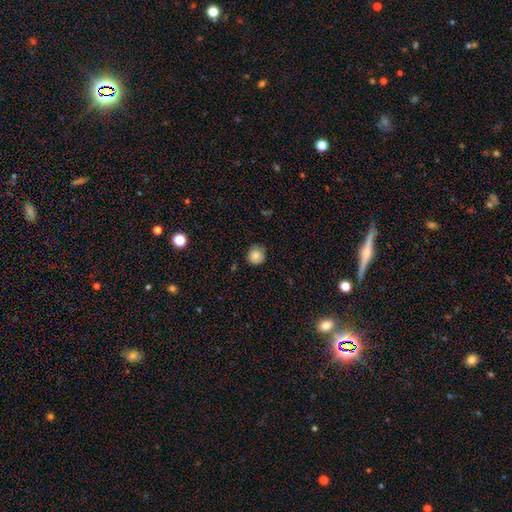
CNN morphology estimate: The model was most divided on "merging": none: 77%, minor disturbance: 18%, major disturbance: 3%, merger: 1%. More confident: how rounded — round (90%); smooth or featured — smooth (84%).